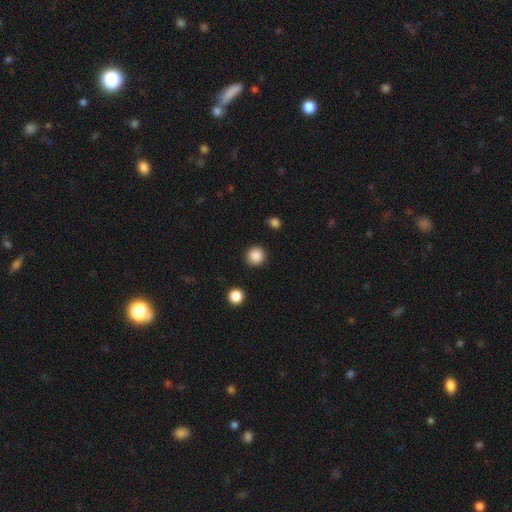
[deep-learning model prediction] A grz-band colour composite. It shows a smooth galaxy with no disk features (88%) that is round (95%). Merging: none (91%).